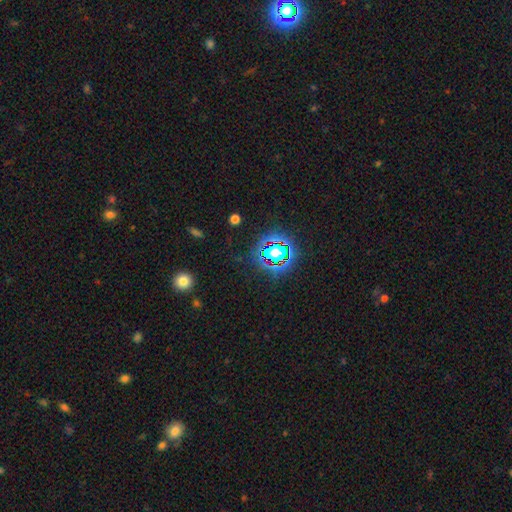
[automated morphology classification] Overall: star or artifact (75%).